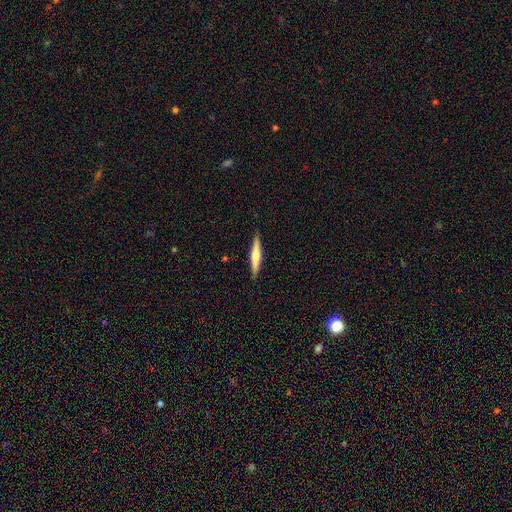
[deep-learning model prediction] Morphology: type=featured or disk (54%); edge-on=yes (97%); edge-on bulge=rounded (82%); merging=none (90%).